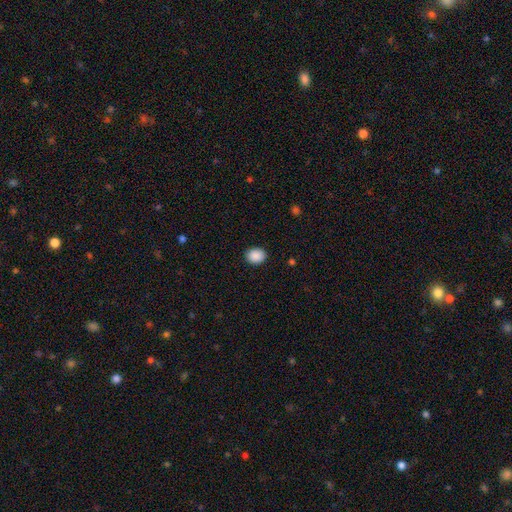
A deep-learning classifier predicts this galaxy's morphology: Smooth or featured: smooth — 90% (star or artifact — 8%)
How rounded: round — 50% (tied with in between — 50%)
Merging: none — 90% (minor disturbance — 7%)